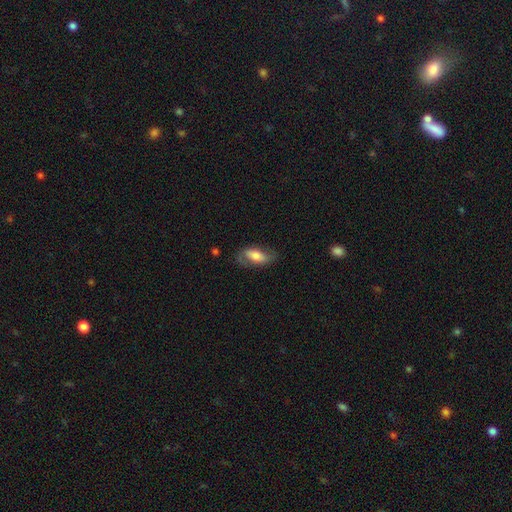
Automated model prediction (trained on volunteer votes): Q: Smooth or featured?
A: smooth (50%); runner-up: featured or disk (43%)
Q: Merging?
A: none (64%); runner-up: minor disturbance (22%)